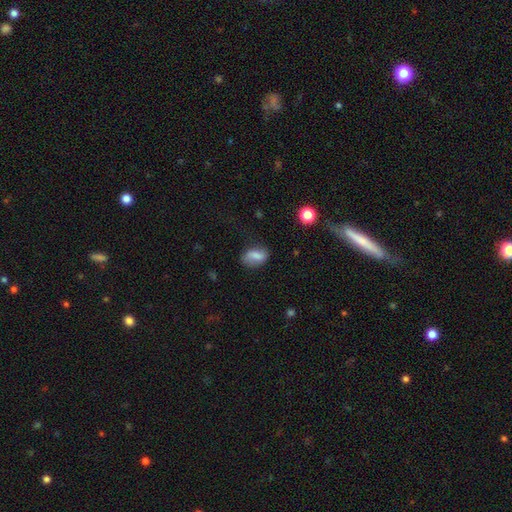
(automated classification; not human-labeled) Q: Smooth or featured?
A: smooth (72%); runner-up: featured or disk (18%)
Q: How rounded?
A: in between (83%); runner-up: round (14%)
Q: Merging?
A: none (65%); runner-up: minor disturbance (23%)